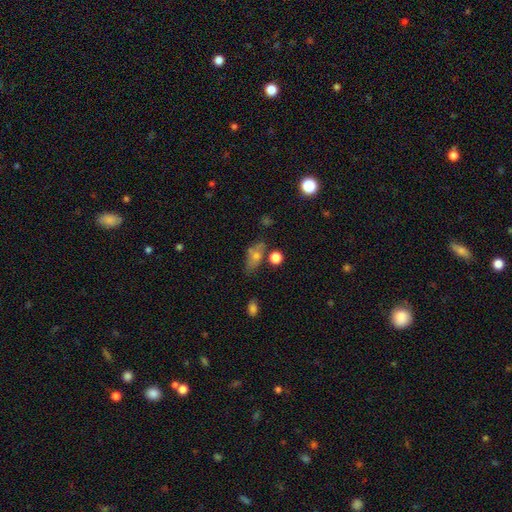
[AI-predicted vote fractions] This is possibly a smooth galaxy (58%). How rounded: likely in between (71%). Merging: possibly none (59%).